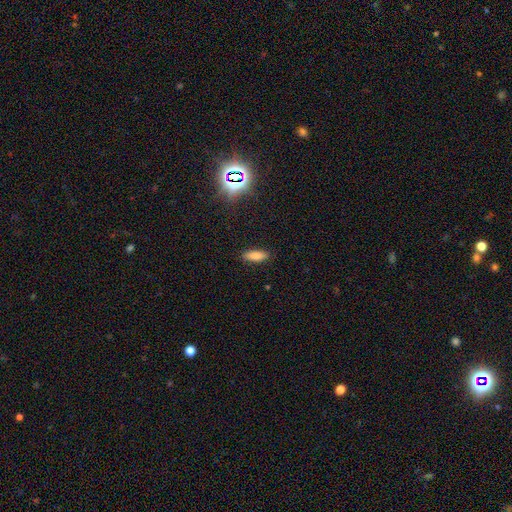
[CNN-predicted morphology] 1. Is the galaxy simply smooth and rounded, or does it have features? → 80% smooth, 10% star or artifact, 10% featured or disk.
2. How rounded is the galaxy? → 62% in between, 36% cigar-shaped, 2% round.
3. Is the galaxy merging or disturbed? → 88% none, 9% minor disturbance, 2% major disturbance, 1% merger.